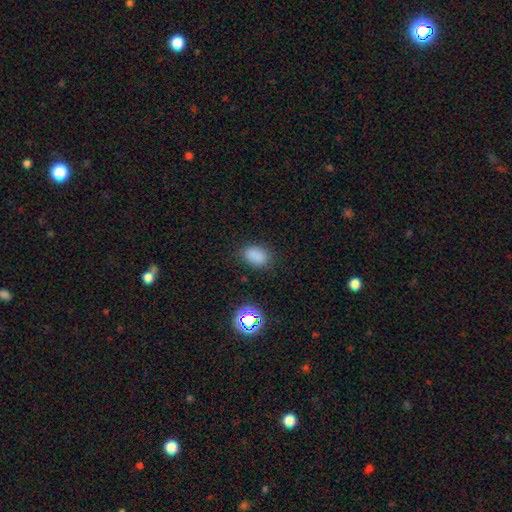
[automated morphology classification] This appears to be a smooth galaxy with no disk features (82%) that is in between round and cigar-shaped (84%). Merging: none (80%).